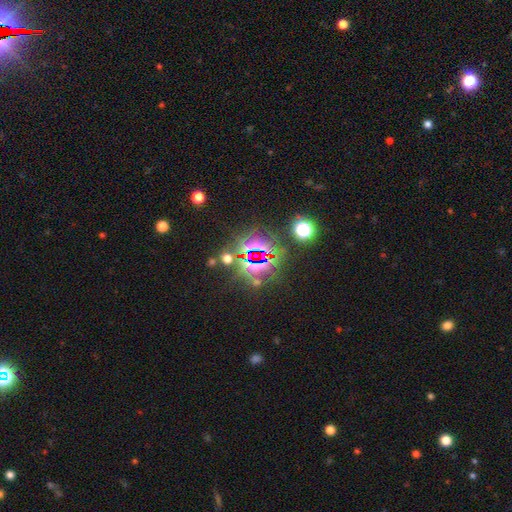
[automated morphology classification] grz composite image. It shows a star or artifact, not a galaxy (75%).